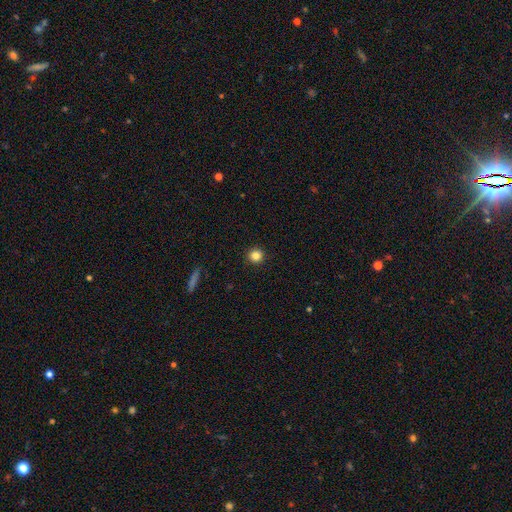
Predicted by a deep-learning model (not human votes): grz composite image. It shows a smooth galaxy with no disk features (84%) that is round (95%). Merging: none (93%).